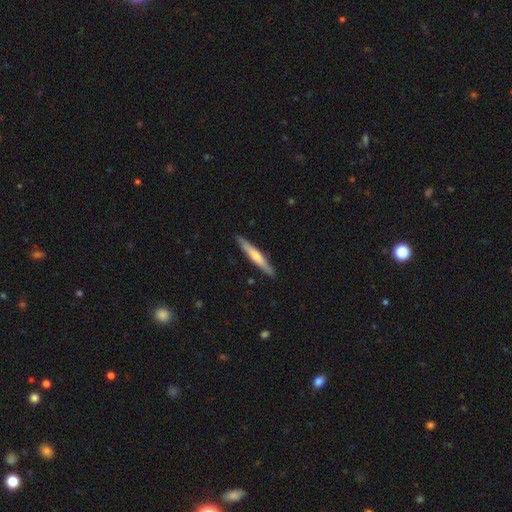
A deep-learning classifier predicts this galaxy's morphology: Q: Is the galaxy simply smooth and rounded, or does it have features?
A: smooth — 49%.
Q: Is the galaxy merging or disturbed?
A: none — 90%.